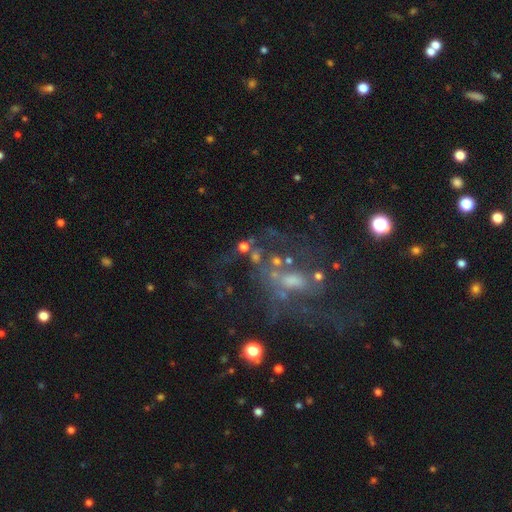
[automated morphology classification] This appears to be a featured or disk galaxy (63%) with no bar (65%), spiral arms (54%) and a small central bulge (35%). Merging: none (43%).